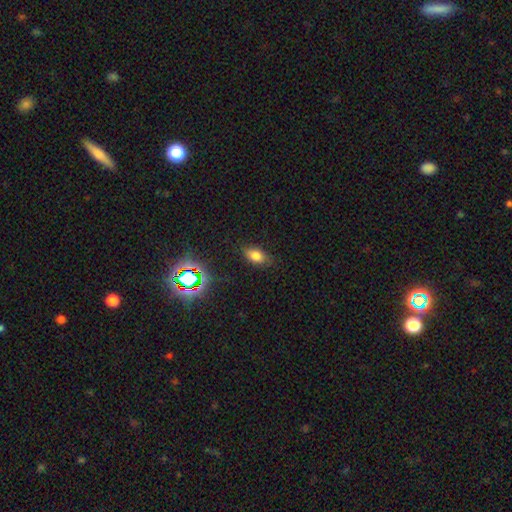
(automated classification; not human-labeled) A smooth galaxy with no disk features (75%) that is in between round and cigar-shaped (86%). Merging: none (82%).